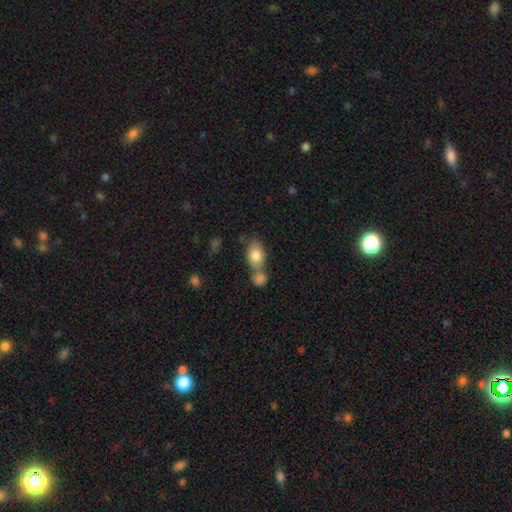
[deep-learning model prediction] This appears to be a smooth galaxy with no disk features (81%) that is in between round and cigar-shaped (83%). Merging: merger (43%).